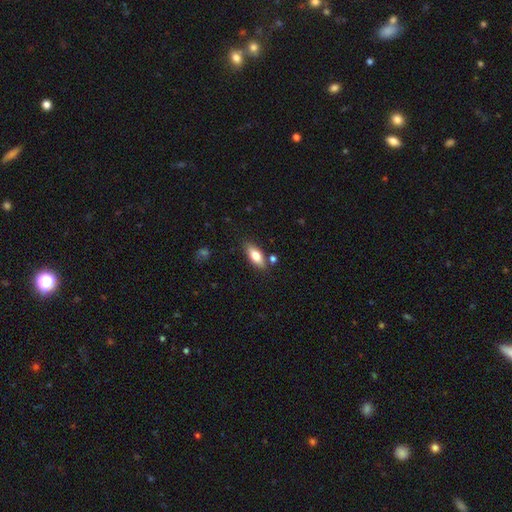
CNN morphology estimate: smooth 74%, featured or disk 20%, star or artifact 7%. Down the decision tree: how rounded — in between (79%); merging — none (80%).